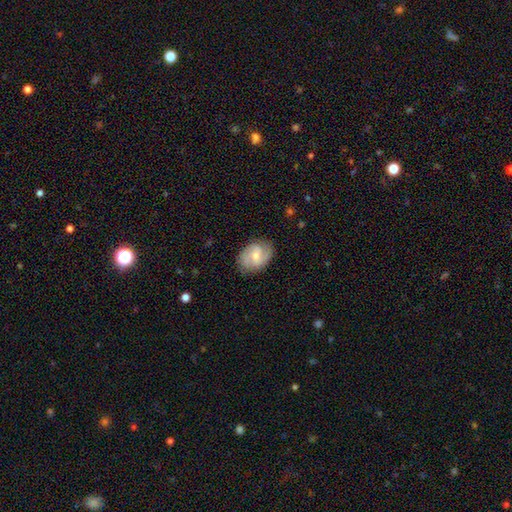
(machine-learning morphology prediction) type=featured or disk (65%); edge-on=no (97%); bar=weak (53%); spiral arms=yes (87%); winding=medium (47%); arm count=2 (83%); bulge=small (50%); merging=none (80%).